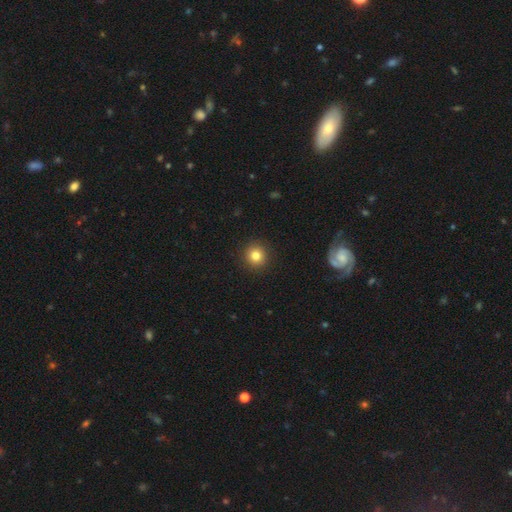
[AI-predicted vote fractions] smooth_or_featured: smooth (p=0.82) [alt: star or artifact p=0.11]
how_rounded: round (p=0.93) [alt: in between p=0.06]
merging: none (p=0.92) [alt: minor disturbance p=0.05]